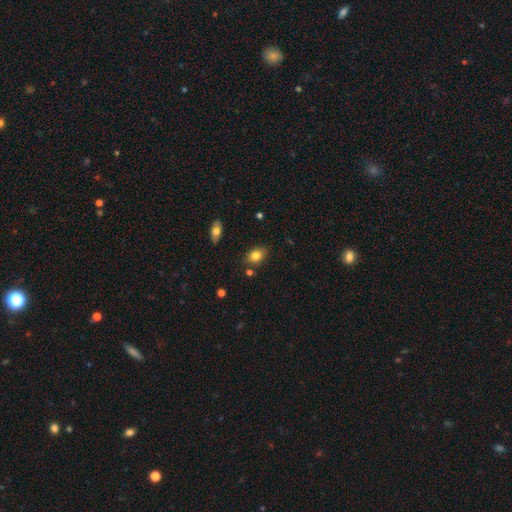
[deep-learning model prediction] smooth 81%, featured or disk 9%, star or artifact 9%. Down the decision tree: how rounded — in between (72%); merging — none (79%).